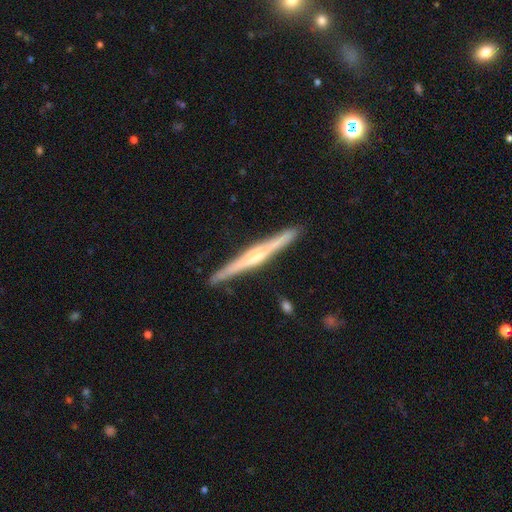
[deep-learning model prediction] Smooth or featured: featured or disk — 77% (smooth — 18%)
Edge-on disk: yes — 98% (no — 2%)
Edge-on bulge: rounded — 72% (boxy — 14%)
Merging: none — 91% (minor disturbance — 7%)